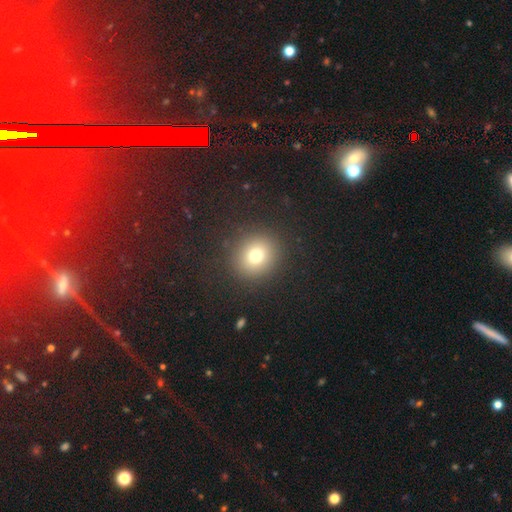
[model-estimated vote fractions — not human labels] Smooth or featured?
  - smooth: 75% *
  - star or artifact: 15%
  - featured or disk: 10%
How rounded?
  - round: 86% *
  - in between: 13%
  - cigar-shaped: 1%
Merging?
  - none: 89% *
  - minor disturbance: 6%
  - major disturbance: 4%
  - merger: 1%